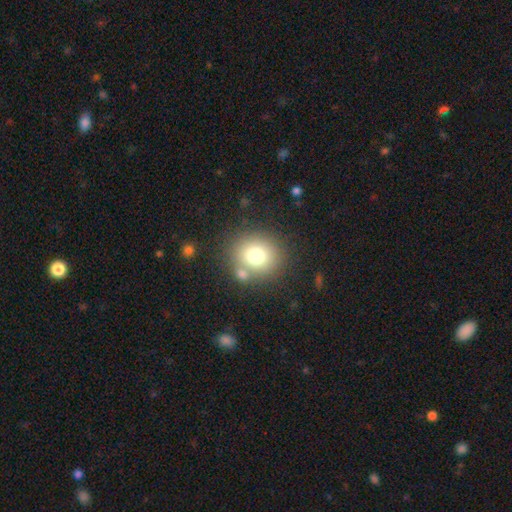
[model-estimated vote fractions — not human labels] A smooth galaxy with no disk features (75%) that is round (85%). Merging: none (74%).